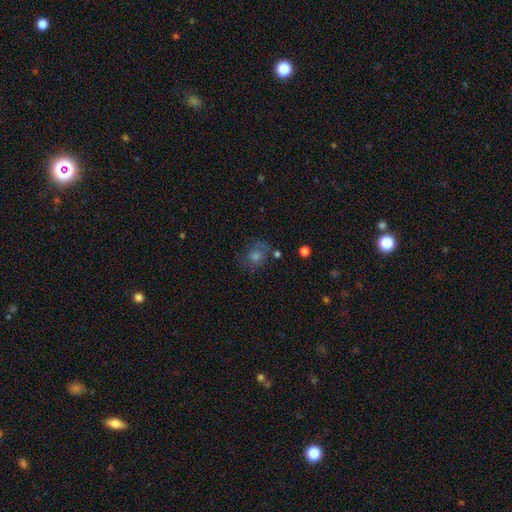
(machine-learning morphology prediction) Smooth or featured? smooth (38%)
Merging? none (67%)